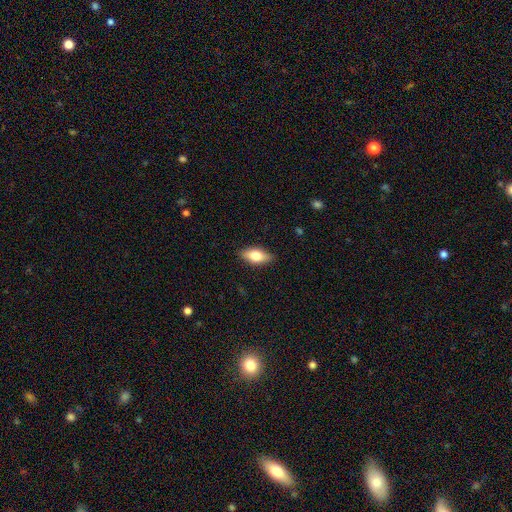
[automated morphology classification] smooth 70%, featured or disk 23%, star or artifact 7%. Down the decision tree: how rounded — in between (84%); merging — none (87%).